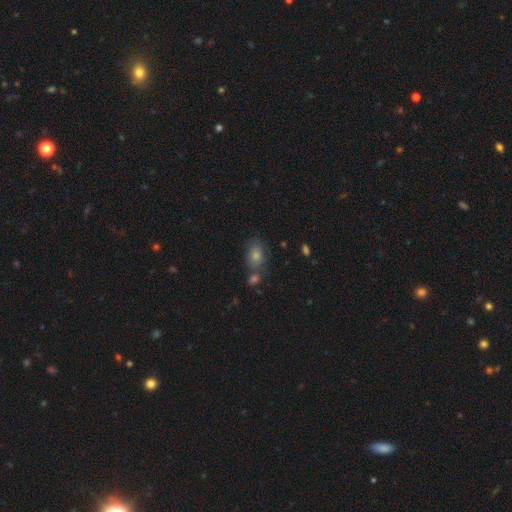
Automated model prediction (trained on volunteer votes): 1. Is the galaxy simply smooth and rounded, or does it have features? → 67% smooth, 20% star or artifact, 13% featured or disk.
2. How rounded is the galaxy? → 74% in between, 24% round, 2% cigar-shaped.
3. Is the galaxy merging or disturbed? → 66% none, 18% merger, 12% minor disturbance, 4% major disturbance.